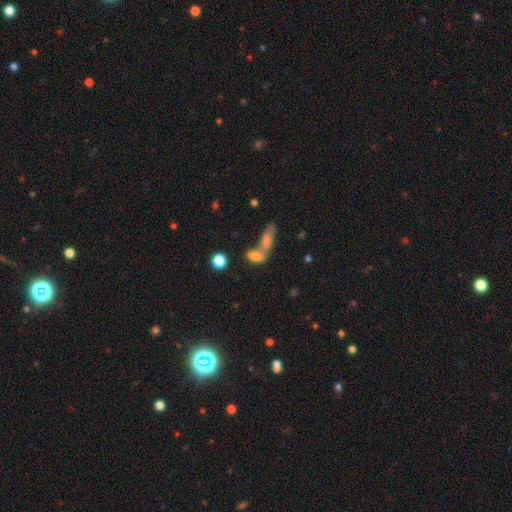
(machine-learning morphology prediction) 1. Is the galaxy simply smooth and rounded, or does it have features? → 75% smooth, 14% featured or disk, 11% star or artifact.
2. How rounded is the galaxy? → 76% in between, 13% cigar-shaped, 11% round.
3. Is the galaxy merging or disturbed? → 55% merger, 32% none, 8% minor disturbance, 4% major disturbance.